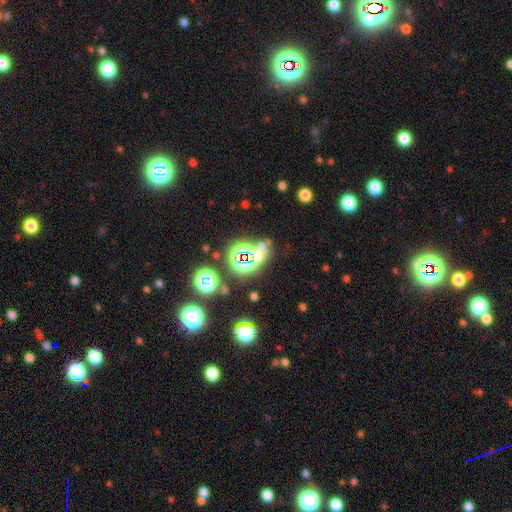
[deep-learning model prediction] Smooth or featured?
  - star or artifact: 60% *
  - smooth: 28%
  - featured or disk: 12%